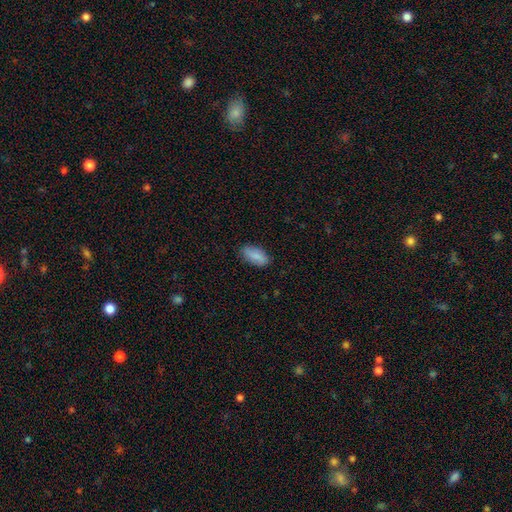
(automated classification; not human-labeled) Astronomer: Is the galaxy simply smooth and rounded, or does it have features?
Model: smooth — 85%.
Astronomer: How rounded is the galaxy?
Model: in between — 89%.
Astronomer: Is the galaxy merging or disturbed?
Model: none — 82%.